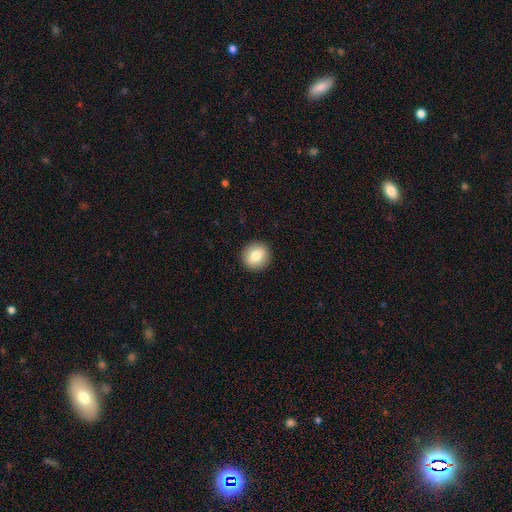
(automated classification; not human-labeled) Overall: smooth (80%). How rounded: round (90%). Merging: none (92%).